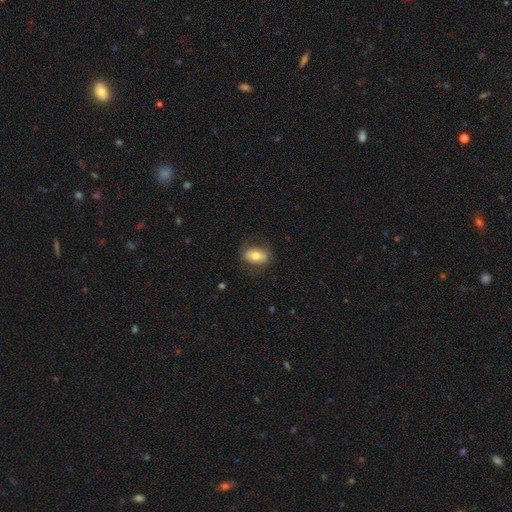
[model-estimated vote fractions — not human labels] This is likely a smooth galaxy (68%). How rounded: clearly in between (85%). Merging: likely none (77%).